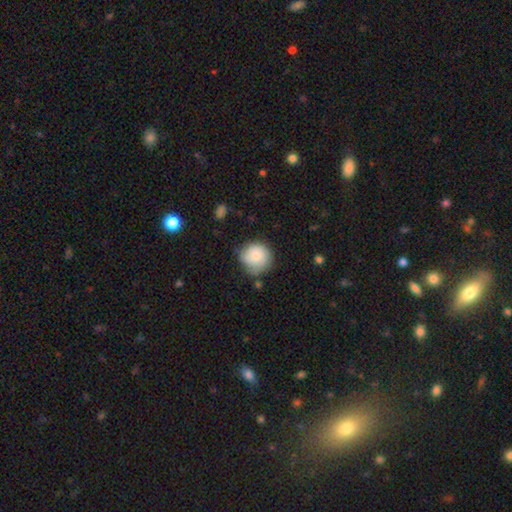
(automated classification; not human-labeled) Morphology: type=smooth (75%); roundness=round (89%); merging=none (63%).